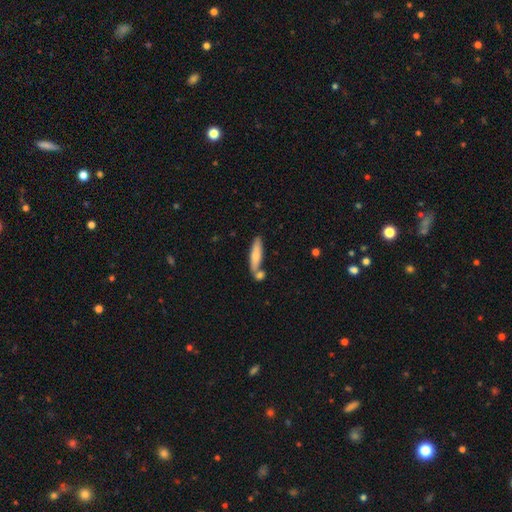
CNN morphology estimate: Overall: smooth (71%). How rounded: cigar-shaped (75%). Merging: none (61%; merger 22%).